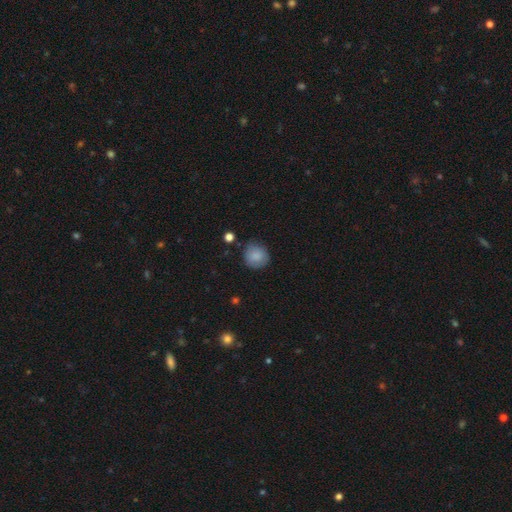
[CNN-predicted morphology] Smooth or featured?
  - smooth: 86% *
  - star or artifact: 8%
  - featured or disk: 6%
How rounded?
  - round: 87% *
  - in between: 12%
  - cigar-shaped: 1%
Merging?
  - none: 79% *
  - minor disturbance: 16%
  - major disturbance: 4%
  - merger: 2%